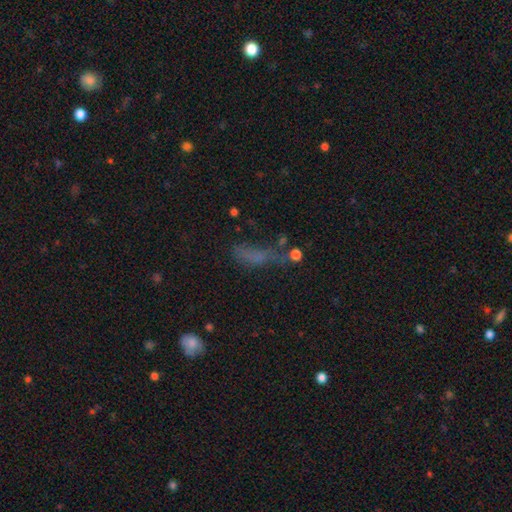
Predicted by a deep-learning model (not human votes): This is possibly a smooth galaxy (50%). How rounded: possibly cigar-shaped (46%, tied with in between). Merging: marginally none (42%).